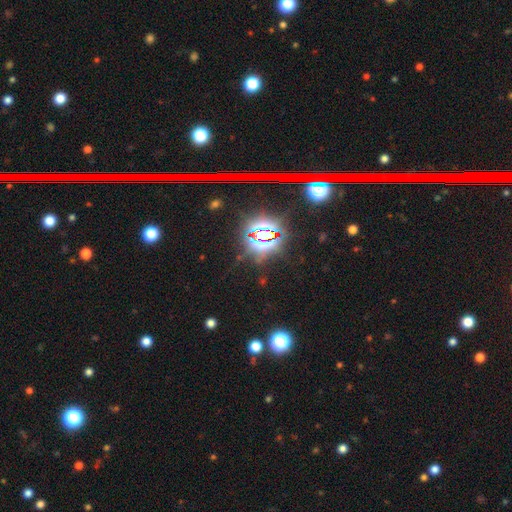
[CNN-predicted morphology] Smooth or featured?
  - star or artifact: 71% *
  - smooth: 20%
  - featured or disk: 8%